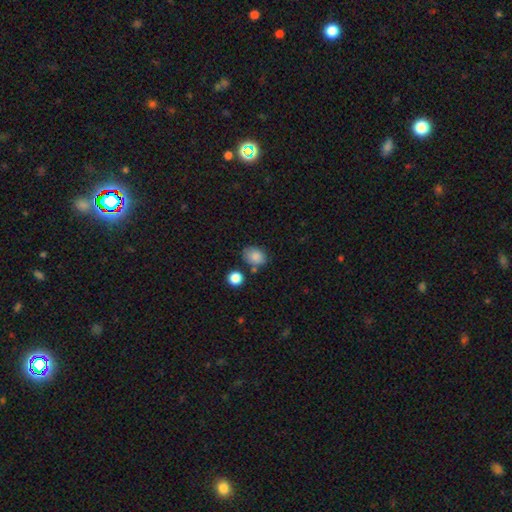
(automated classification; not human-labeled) A smooth galaxy with no disk features (86%) that is in between round and cigar-shaped (68%).

Vote fractions:
- Smooth or featured? smooth: 86% / star or artifact: 9% / featured or disk: 5%
- How rounded? in between: 68% / round: 31% / cigar-shaped: 1%
- Merging? none: 70% / minor disturbance: 16% / merger: 9% / major disturbance: 4%